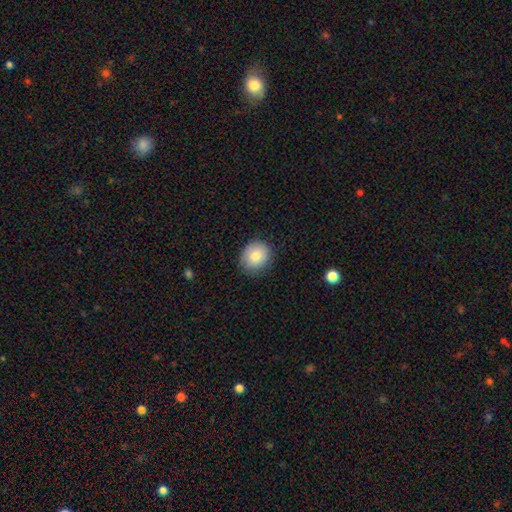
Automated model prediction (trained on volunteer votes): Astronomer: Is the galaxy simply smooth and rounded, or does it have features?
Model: smooth — 81%.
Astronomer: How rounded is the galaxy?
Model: round — 77%.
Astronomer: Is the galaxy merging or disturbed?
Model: none — 83%.